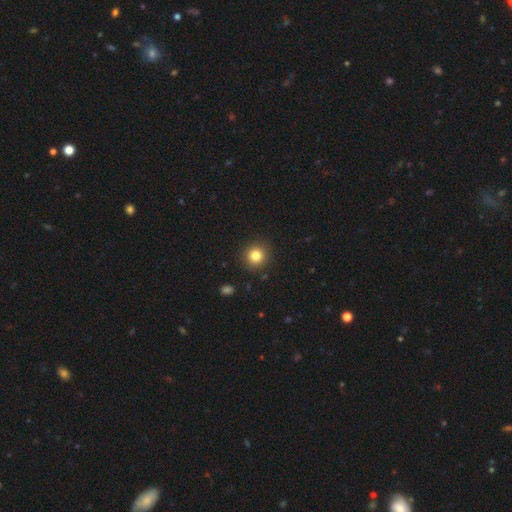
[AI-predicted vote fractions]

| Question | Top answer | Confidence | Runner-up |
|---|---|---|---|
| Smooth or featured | smooth | 83% | star or artifact (11%) |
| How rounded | round | 93% | in between (6%) |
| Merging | none | 91% | minor disturbance (6%) |